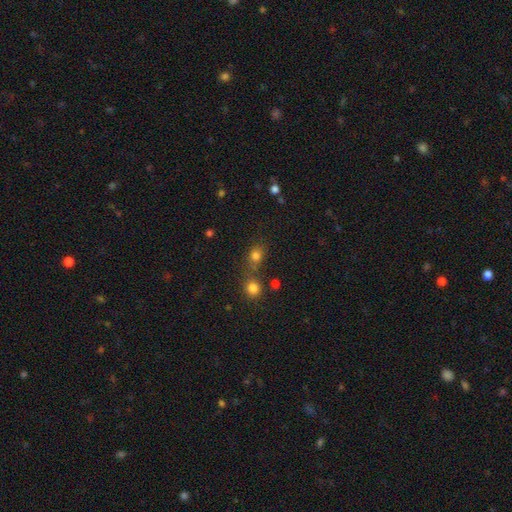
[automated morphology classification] This is likely a smooth galaxy (78%). How rounded: likely round (61%). Merging: possibly none (57%).